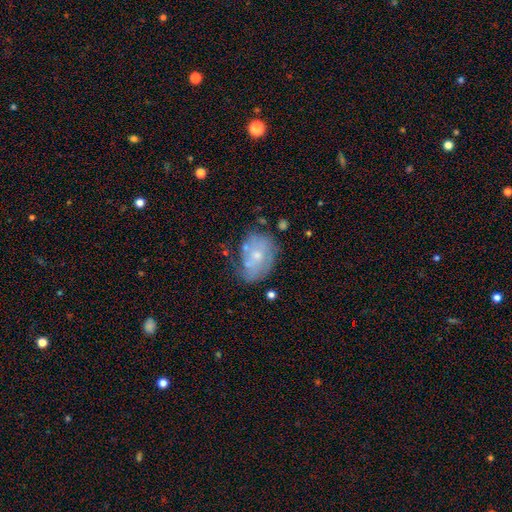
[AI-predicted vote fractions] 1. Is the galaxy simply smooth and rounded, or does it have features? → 55% featured or disk, 36% smooth, 8% star or artifact.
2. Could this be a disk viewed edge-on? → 96% no, 4% yes.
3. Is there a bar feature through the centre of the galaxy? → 80% no, 17% weak, 3% strong.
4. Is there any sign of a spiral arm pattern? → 53% yes, 47% no.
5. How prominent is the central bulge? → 54% small, 39% moderate, 4% none, 2% large, 1% dominant.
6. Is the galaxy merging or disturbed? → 53% none, 28% minor disturbance, 13% major disturbance, 7% merger.